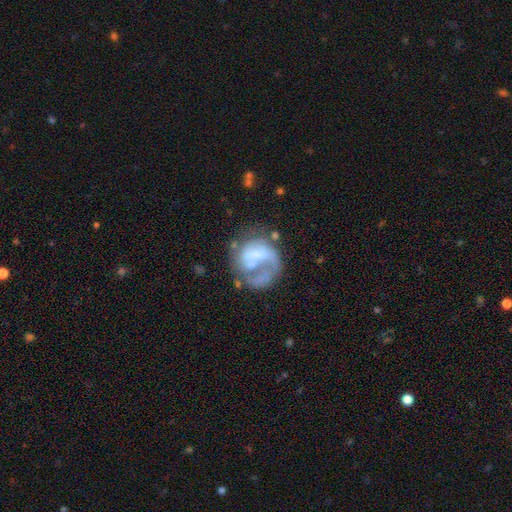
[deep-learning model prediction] A featured or disk galaxy (64%) with no bar (65%), spiral arms (54%) and no central bulge (45%).

Vote fractions:
- Smooth or featured? featured or disk: 64% / smooth: 28% / star or artifact: 8%
- Edge-on disk? no: 98% / yes: 2%
- Bar? no: 65% / weak: 26% / strong: 8%
- Spiral arms? yes: 54% / no: 46%
- Bulge size? none: 45% / small: 24% / moderate: 22% / large: 7% / dominant: 2%
- Merging? major disturbance: 37% / none: 35% / minor disturbance: 17% / merger: 11%